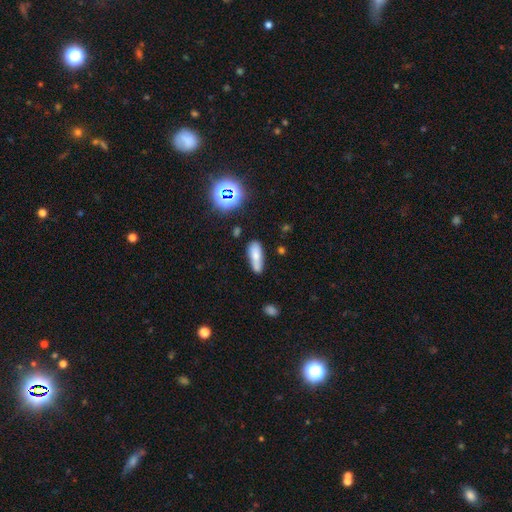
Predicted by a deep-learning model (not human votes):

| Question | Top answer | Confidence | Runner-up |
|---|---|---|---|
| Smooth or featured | smooth | 72% | featured or disk (17%) |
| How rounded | in between | 58% | cigar-shaped (39%) |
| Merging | none | 59% | minor disturbance (23%) |